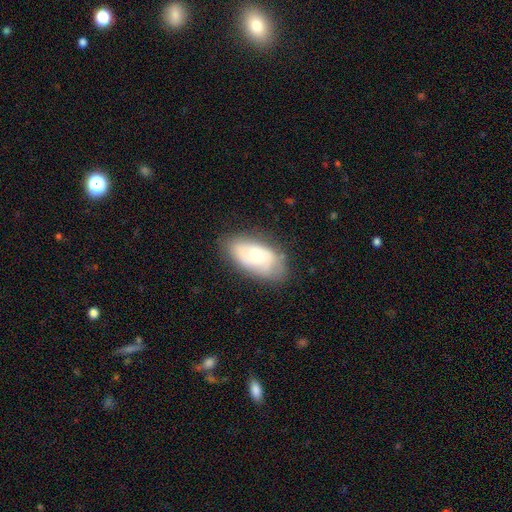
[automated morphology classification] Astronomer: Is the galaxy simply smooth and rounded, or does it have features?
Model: featured or disk — 49% (runner-up: smooth, 44%).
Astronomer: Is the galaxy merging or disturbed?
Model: none — 73%.